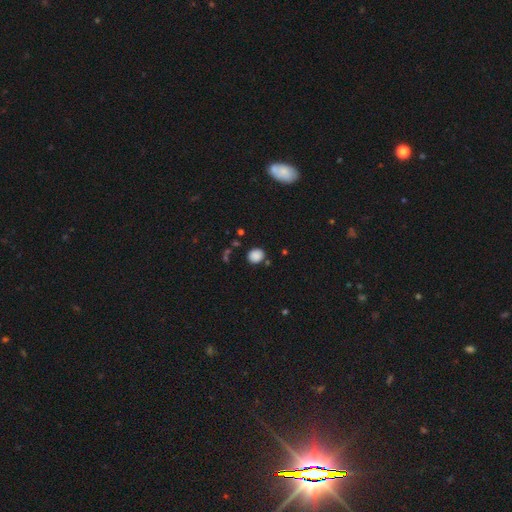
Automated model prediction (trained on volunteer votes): smooth 85%, star or artifact 11%, featured or disk 4%. Down the decision tree: how rounded — round (72%); merging — none (80%).